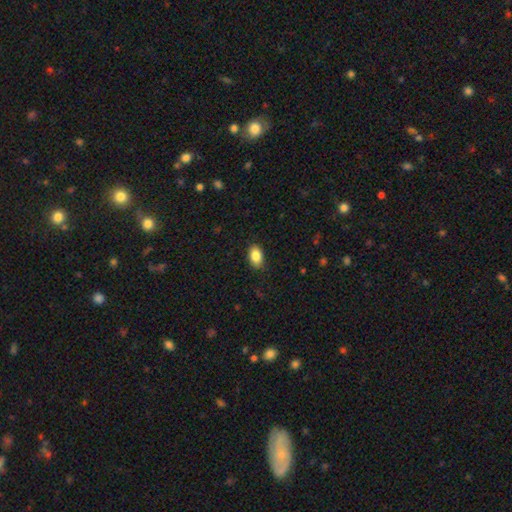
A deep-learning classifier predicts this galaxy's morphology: Q: Smooth or featured?
A: smooth (87%); runner-up: star or artifact (8%)
Q: How rounded?
A: in between (88%); runner-up: round (10%)
Q: Merging?
A: none (87%); runner-up: minor disturbance (10%)